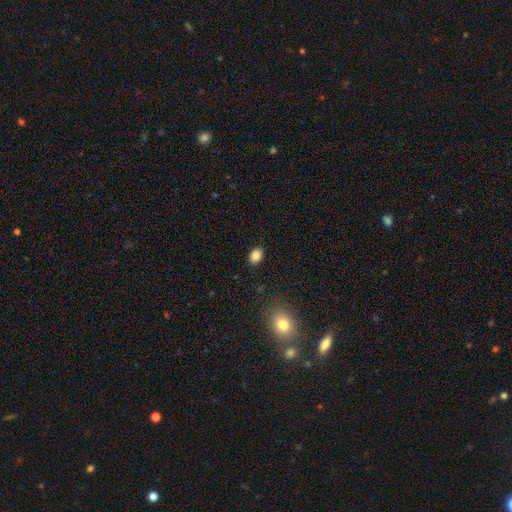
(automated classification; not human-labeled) A smooth galaxy with no disk features (86%) that is in between round and cigar-shaped (74%). Merging: none (88%).